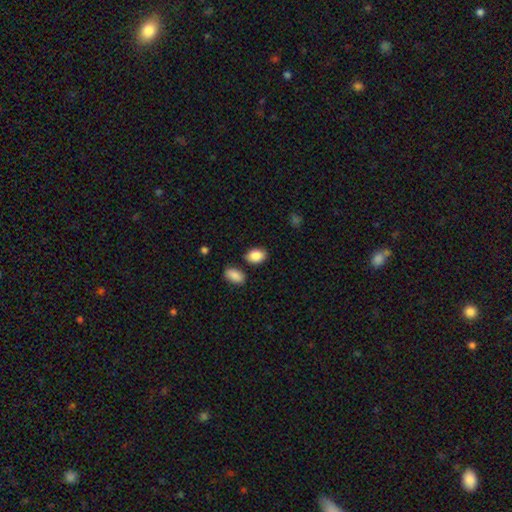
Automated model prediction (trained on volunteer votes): smooth-or-featured: smooth: 88% | star or artifact: 7% | featured or disk: 5%
  how-rounded: in between: 81% | round: 18% | cigar-shaped: 1%
  merging: none: 82% | minor disturbance: 10% | merger: 6% | major disturbance: 2%